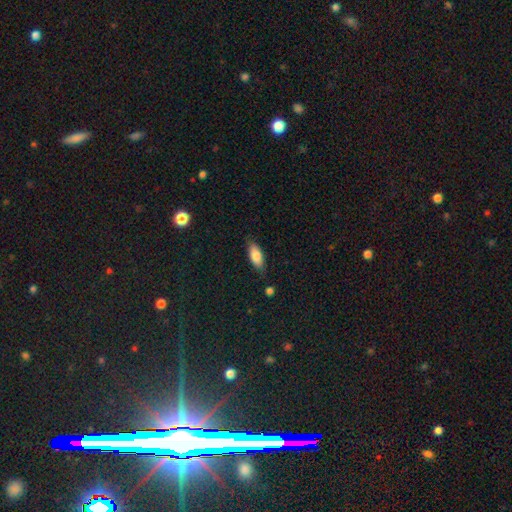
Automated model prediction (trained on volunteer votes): smooth-or-featured: smooth: 84% | featured or disk: 10% | star or artifact: 7%
  how-rounded: in between: 82% | cigar-shaped: 15% | round: 2%
  merging: none: 78% | minor disturbance: 16% | major disturbance: 3% | merger: 2%